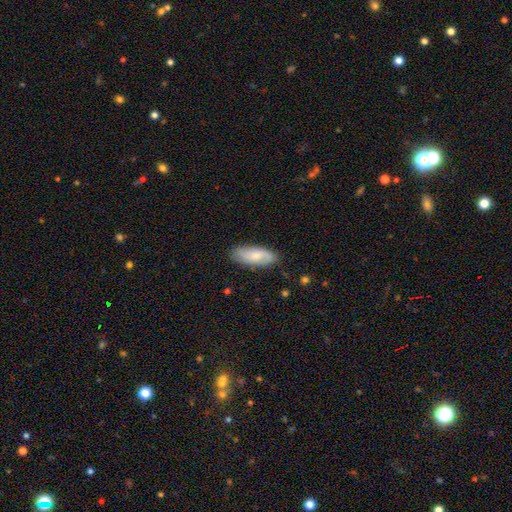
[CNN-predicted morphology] Smooth or featured?
  - smooth: 59% *
  - featured or disk: 35%
  - star or artifact: 6%
How rounded?
  - in between: 80% *
  - cigar-shaped: 18%
  - round: 2%
Merging?
  - none: 83% *
  - minor disturbance: 13%
  - major disturbance: 3%
  - merger: 1%